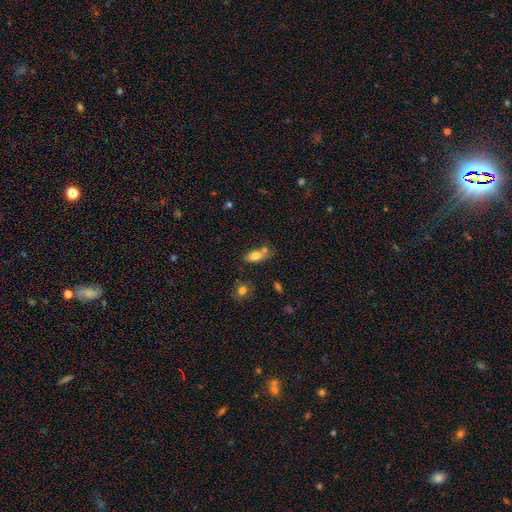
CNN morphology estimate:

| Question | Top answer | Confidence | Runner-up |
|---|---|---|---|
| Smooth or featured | smooth | 76% | featured or disk (15%) |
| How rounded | in between | 83% | round (9%) |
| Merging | none | 43% | merger (34%) |